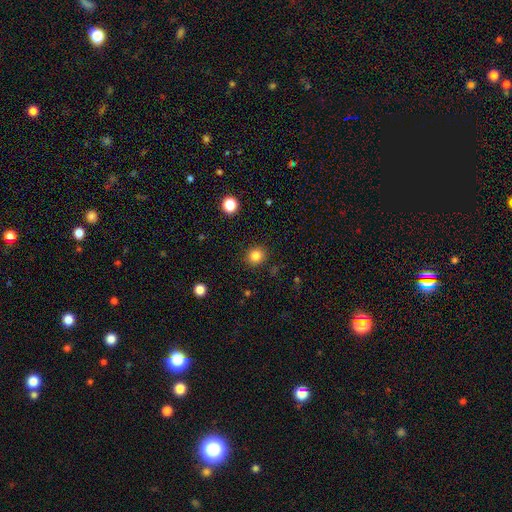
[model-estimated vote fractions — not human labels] Q: Smooth or featured?
A: smooth (84%); runner-up: star or artifact (12%)
Q: How rounded?
A: round (85%); runner-up: in between (14%)
Q: Merging?
A: none (90%); runner-up: minor disturbance (7%)